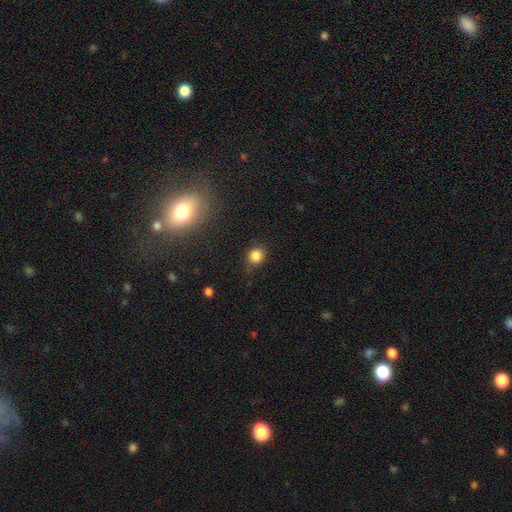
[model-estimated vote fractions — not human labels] This is clearly a smooth galaxy (83%). How rounded: clearly round (82%). Merging: clearly none (81%).